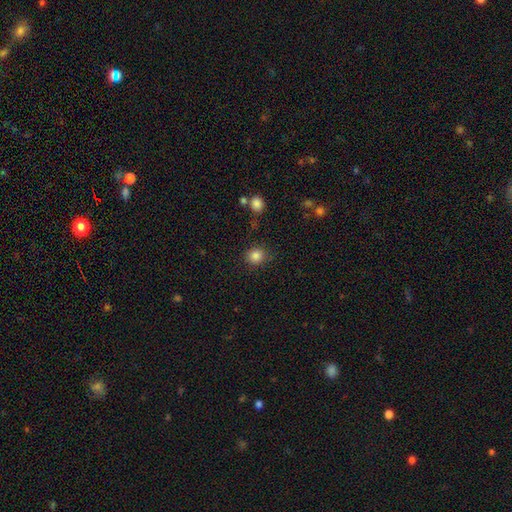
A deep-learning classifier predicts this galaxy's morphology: A smooth galaxy with no disk features (85%) that is round (82%). Merging: none (84%).